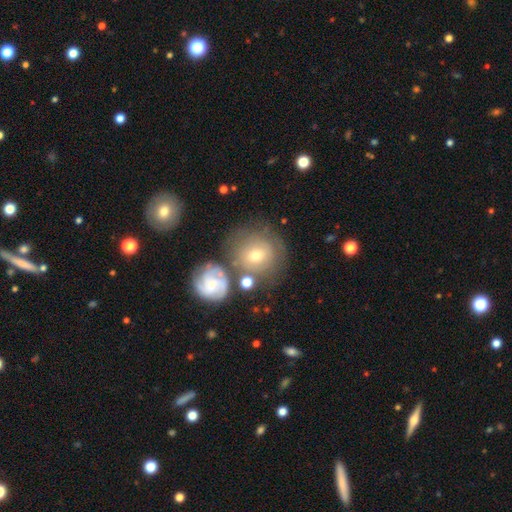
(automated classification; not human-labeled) A smooth galaxy with no disk features (48%).

Vote fractions:
- Smooth or featured? smooth: 48% / featured or disk: 40% / star or artifact: 11%
- Merging? none: 62% / minor disturbance: 16% / merger: 13% / major disturbance: 8%